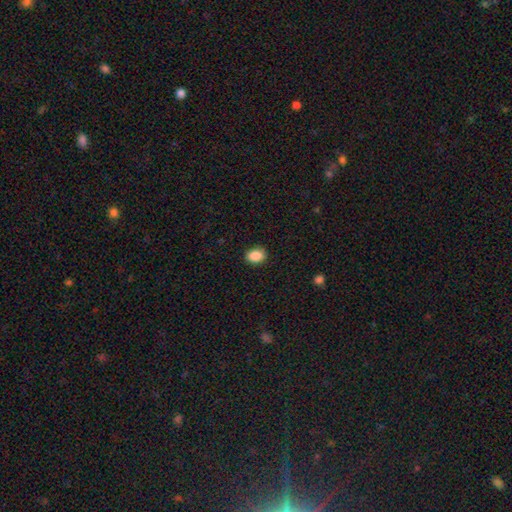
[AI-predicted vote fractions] Overall: smooth (88%). How rounded: in between (71%). Merging: none (88%).